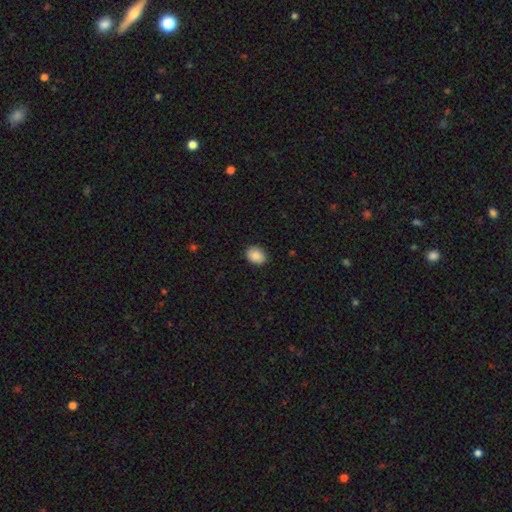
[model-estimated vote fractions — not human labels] Overall: smooth (89%). How rounded: in between (60%; round 39%). Merging: none (90%).